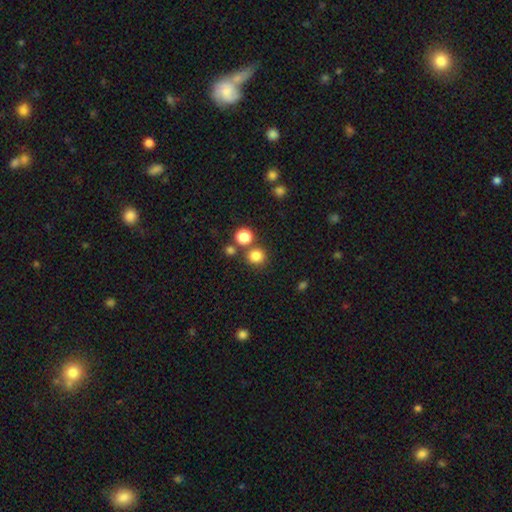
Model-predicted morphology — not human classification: Smooth or featured?
  - smooth: 81% *
  - star or artifact: 14%
  - featured or disk: 6%
How rounded?
  - round: 86% *
  - in between: 13%
  - cigar-shaped: 1%
Merging?
  - none: 72% *
  - merger: 16%
  - minor disturbance: 8%
  - major disturbance: 4%